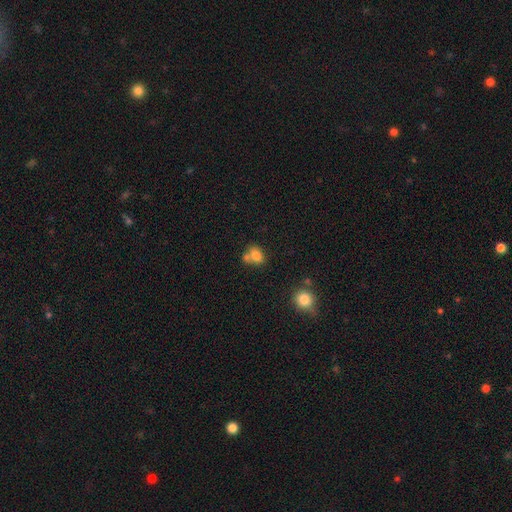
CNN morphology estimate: The model was most divided on "merging": none: 44%, merger: 37%, minor disturbance: 14%, major disturbance: 5%. More confident: smooth or featured — smooth (78%); how rounded — in between (54%).